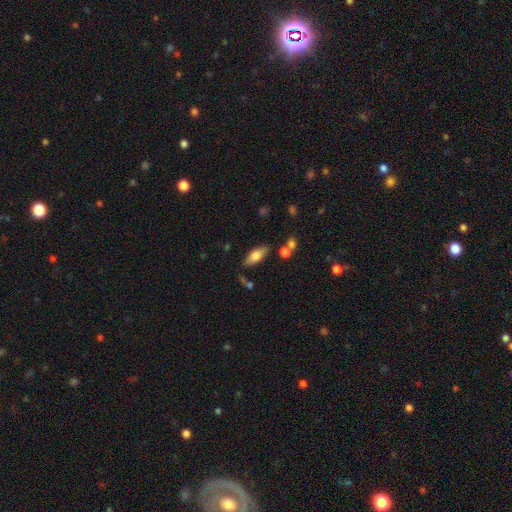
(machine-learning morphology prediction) This is likely a smooth galaxy (71%). How rounded: likely in between (77%). Merging: likely none (78%).